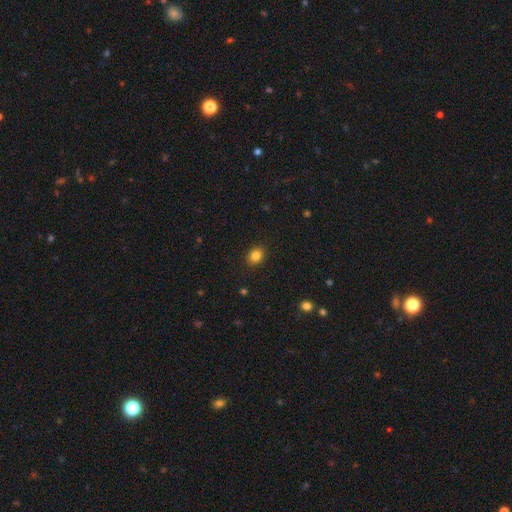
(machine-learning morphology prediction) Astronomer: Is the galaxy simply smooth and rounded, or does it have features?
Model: smooth — 83%.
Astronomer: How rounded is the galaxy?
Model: round — 51% (runner-up: in between, 48%).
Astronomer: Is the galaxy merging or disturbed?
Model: none — 89%.